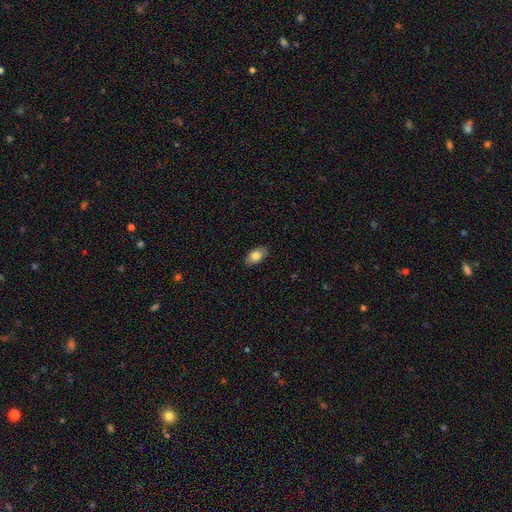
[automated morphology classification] This is clearly a smooth galaxy (80%). How rounded: clearly in between (91%). Merging: clearly none (87%).